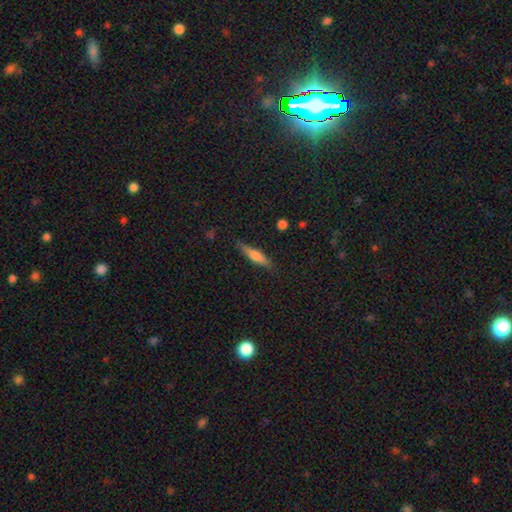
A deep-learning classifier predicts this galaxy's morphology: Smooth or featured?
  - smooth: 56% *
  - featured or disk: 37%
  - star or artifact: 7%
How rounded?
  - cigar-shaped: 82% *
  - in between: 17%
  - round: 2%
Merging?
  - none: 85% *
  - minor disturbance: 11%
  - major disturbance: 2%
  - merger: 1%